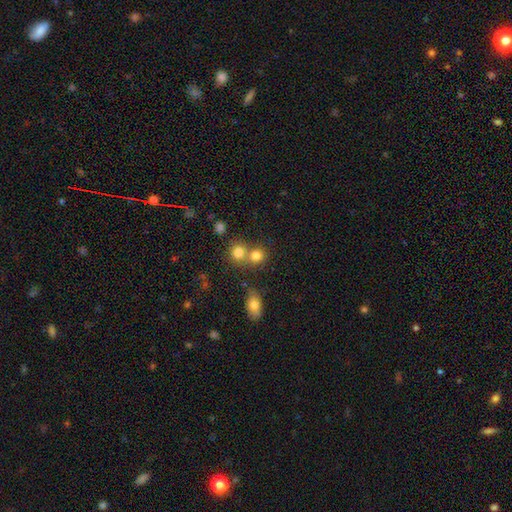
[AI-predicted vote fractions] smooth 79%, star or artifact 13%, featured or disk 8%. Down the decision tree: how rounded — round (83%); merging — none (51%).